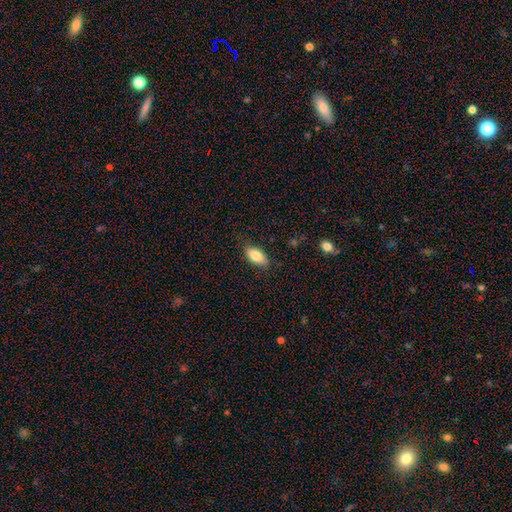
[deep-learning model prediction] Smooth or featured: smooth — 82% (featured or disk — 11%)
How rounded: in between — 89% (cigar-shaped — 8%)
Merging: none — 82% (minor disturbance — 14%)